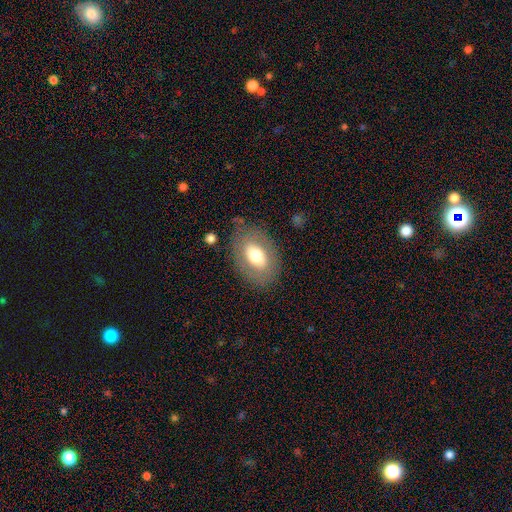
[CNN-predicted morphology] Smooth or featured? Predicted: smooth (p=0.61). How rounded? Predicted: in between (p=0.84). Merging? Predicted: none (p=0.78).